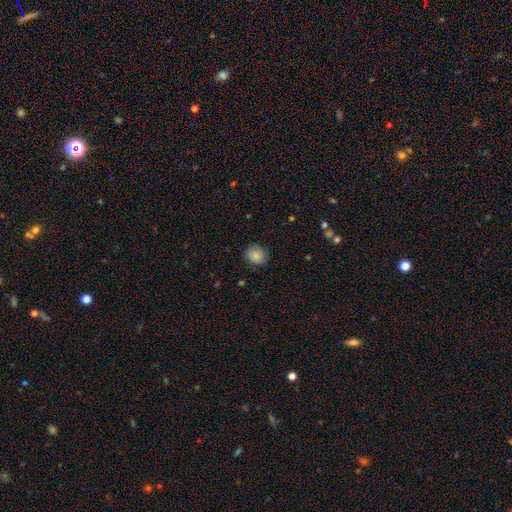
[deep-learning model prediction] Smooth or featured: smooth — 84% (star or artifact — 8%)
How rounded: round — 74% (in between — 25%)
Merging: none — 82% (minor disturbance — 14%)